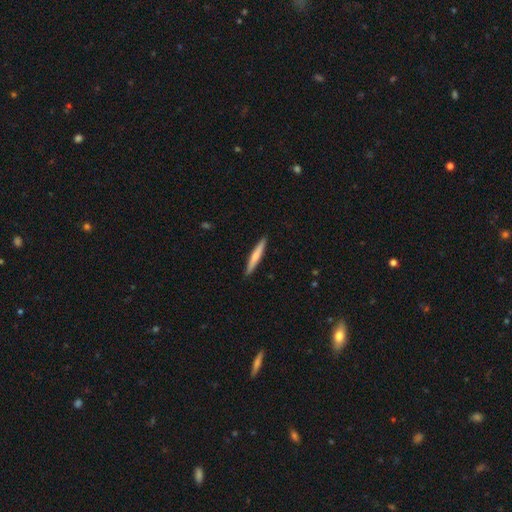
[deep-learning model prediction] Smooth or featured?
  - smooth: 63% *
  - featured or disk: 32%
  - star or artifact: 5%
How rounded?
  - cigar-shaped: 95% *
  - in between: 4%
  - round: 1%
Merging?
  - none: 91% *
  - minor disturbance: 6%
  - major disturbance: 1%
  - merger: 1%